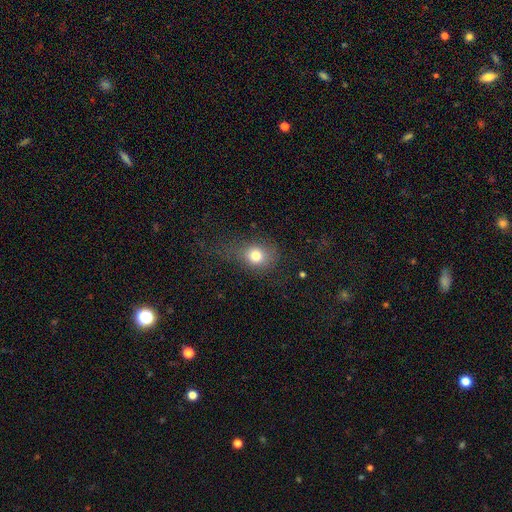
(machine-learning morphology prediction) This appears to be a smooth galaxy with no disk features (77%) that is round (65%). Merging: none (53%).